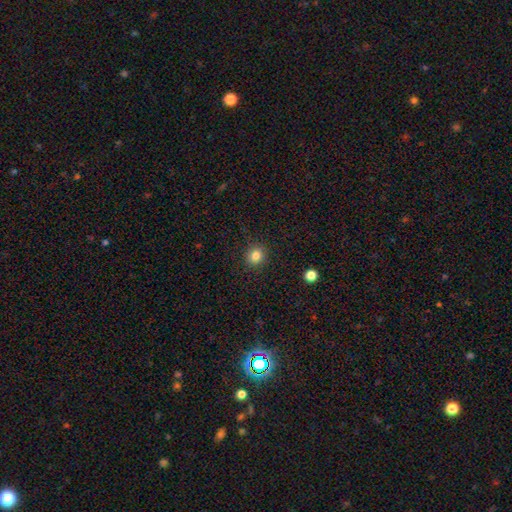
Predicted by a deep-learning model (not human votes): smooth 82%, star or artifact 12%, featured or disk 6%. Down the decision tree: how rounded — round (86%); merging — none (90%).